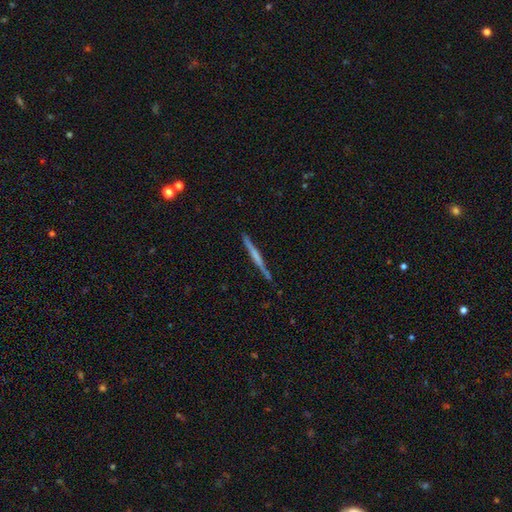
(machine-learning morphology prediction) This appears to be a featured or disk galaxy (59%) viewed edge-on (98%) with no central bulge (66%). Merging: none (89%).